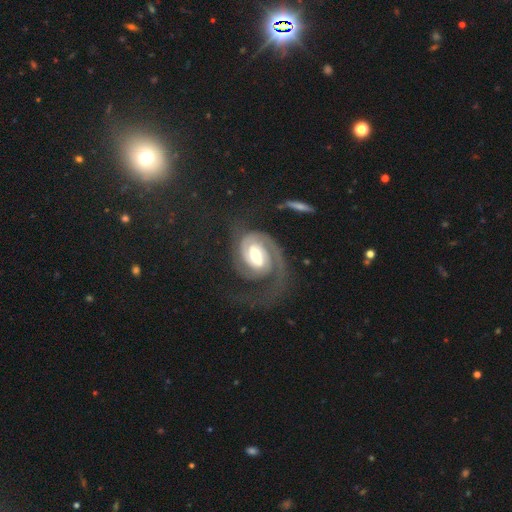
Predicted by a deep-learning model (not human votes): This appears to be a featured or disk galaxy (90%) with a weak bar (46%), 2 (62%) tight (55%) spiral arms (97%) and a moderate central bulge (61%). Merging: none (52%).